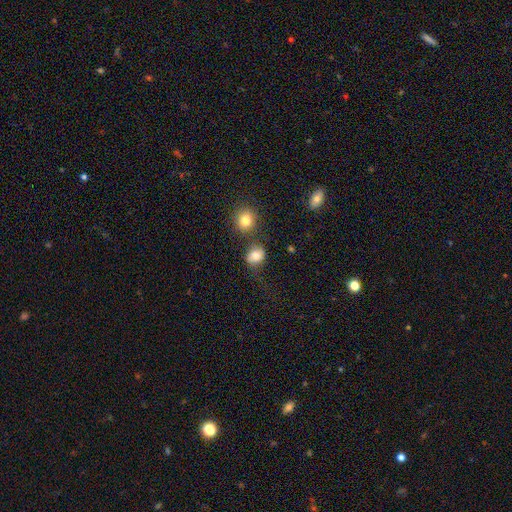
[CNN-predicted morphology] This appears to be a smooth galaxy with no disk features (79%) that is round (60%). Merging: none (56%).